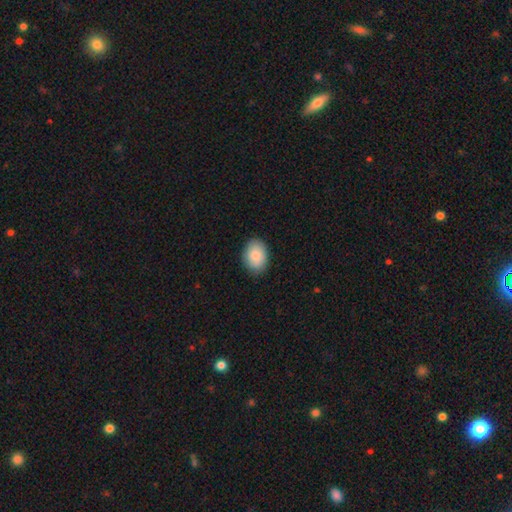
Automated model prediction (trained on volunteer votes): A smooth galaxy with no disk features (85%) that is in between round and cigar-shaped (71%).

Vote fractions:
- Smooth or featured? smooth: 85% / featured or disk: 9% / star or artifact: 6%
- How rounded? in between: 71% / round: 28% / cigar-shaped: 1%
- Merging? none: 86% / minor disturbance: 11% / major disturbance: 2% / merger: 1%